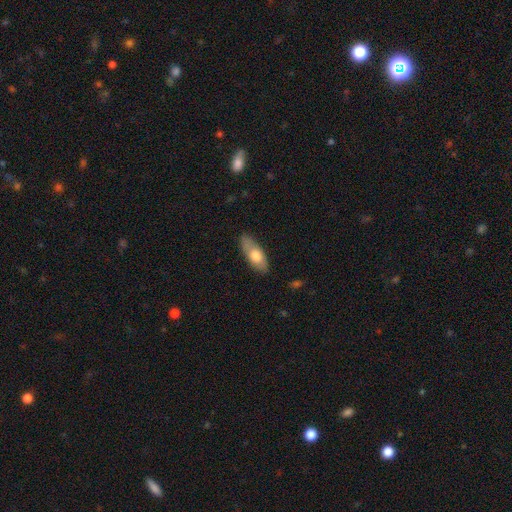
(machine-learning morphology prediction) Smooth or featured? smooth (67%)
How rounded? in between (74%)
Merging? none (77%)